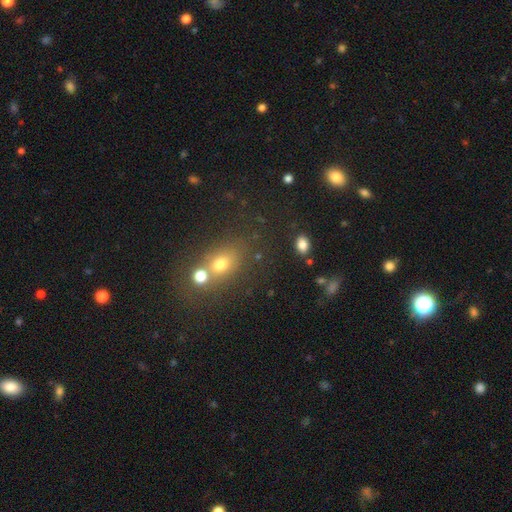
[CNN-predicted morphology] type=smooth (55%); roundness=round (57%); merging=none (47%).